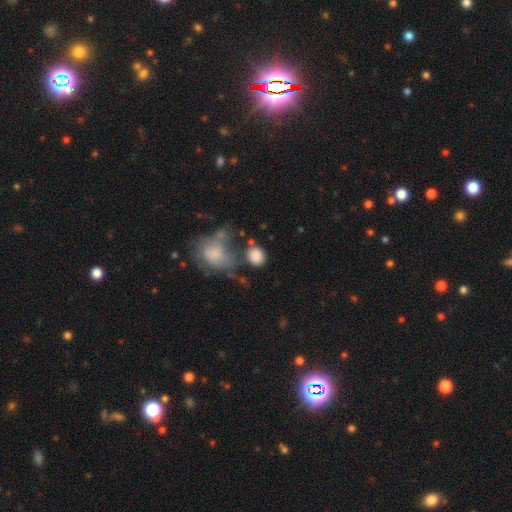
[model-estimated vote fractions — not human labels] A smooth galaxy with no disk features (84%) that is round (64%). Merging: none (51%).